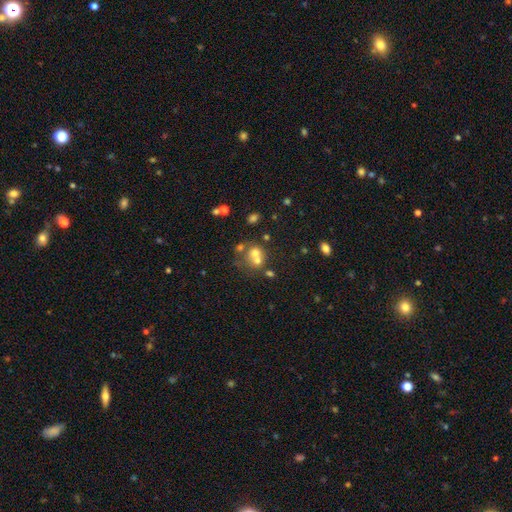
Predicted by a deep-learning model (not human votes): smooth_or_featured: smooth (p=0.59) [alt: featured or disk p=0.23]
how_rounded: round (p=0.77) [alt: in between p=0.22]
merging: merger (p=0.51) [alt: none p=0.36]